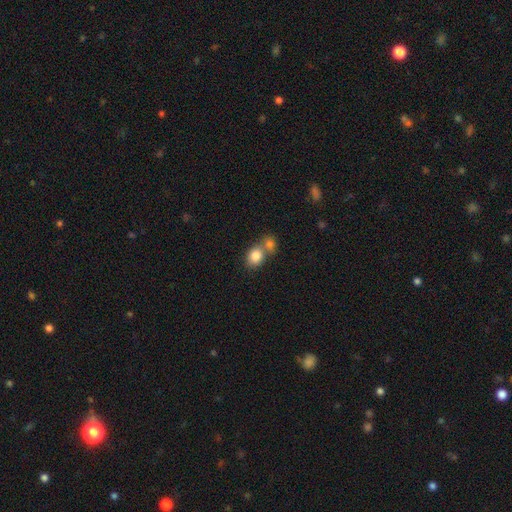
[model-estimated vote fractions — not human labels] Smooth or featured? Predicted: smooth (p=0.83). How rounded? Predicted: round (p=0.55). Merging? Predicted: merger (p=0.51).